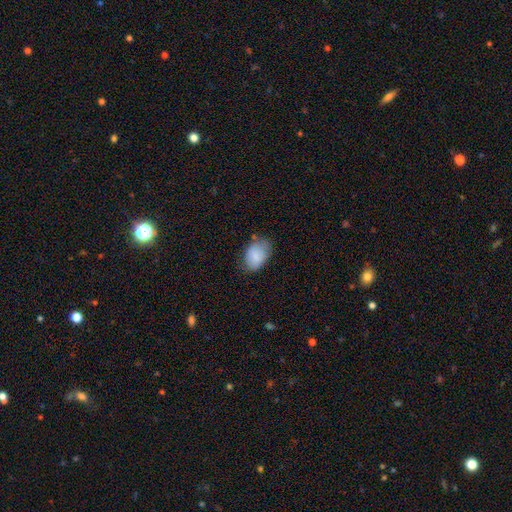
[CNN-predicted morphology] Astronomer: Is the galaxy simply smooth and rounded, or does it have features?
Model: smooth — 82%.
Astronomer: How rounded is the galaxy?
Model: in between — 83%.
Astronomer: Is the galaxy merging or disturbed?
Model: none — 61%.